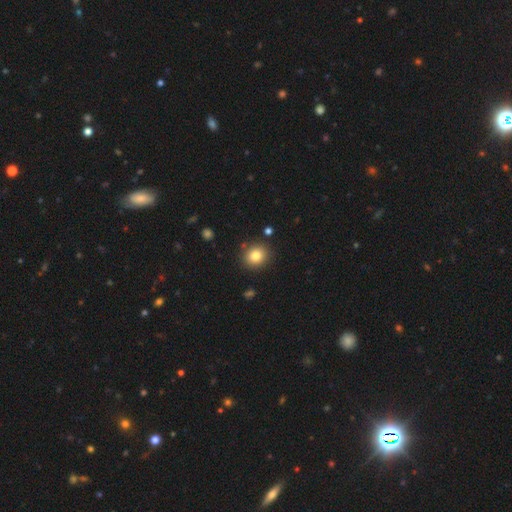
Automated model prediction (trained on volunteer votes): Smooth or featured?
  - smooth: 81% *
  - star or artifact: 11%
  - featured or disk: 8%
How rounded?
  - round: 80% *
  - in between: 19%
  - cigar-shaped: 1%
Merging?
  - none: 88% *
  - minor disturbance: 7%
  - merger: 2%
  - major disturbance: 2%